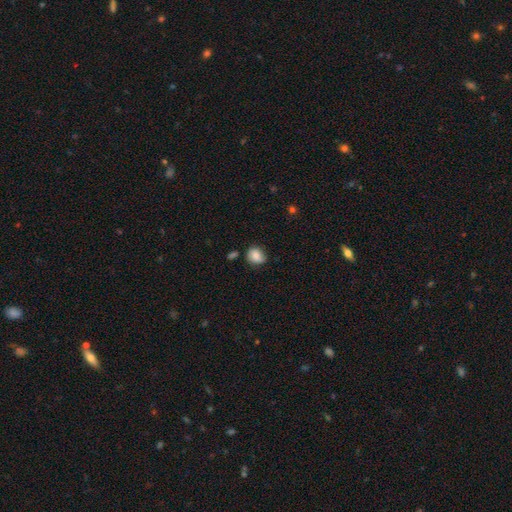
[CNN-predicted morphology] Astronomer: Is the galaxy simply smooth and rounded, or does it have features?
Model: smooth — 79%.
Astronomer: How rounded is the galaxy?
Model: round — 66%.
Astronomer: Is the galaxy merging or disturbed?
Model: none — 64%.